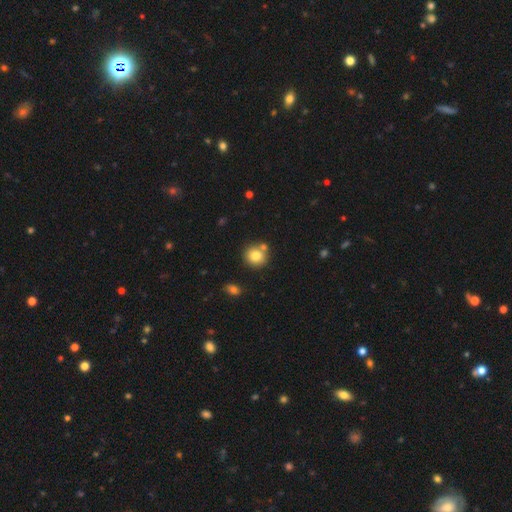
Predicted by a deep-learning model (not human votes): The model was most divided on "merging": none: 70%, merger: 18%, minor disturbance: 9%, major disturbance: 3%. More confident: how rounded — round (88%); smooth or featured — smooth (80%).